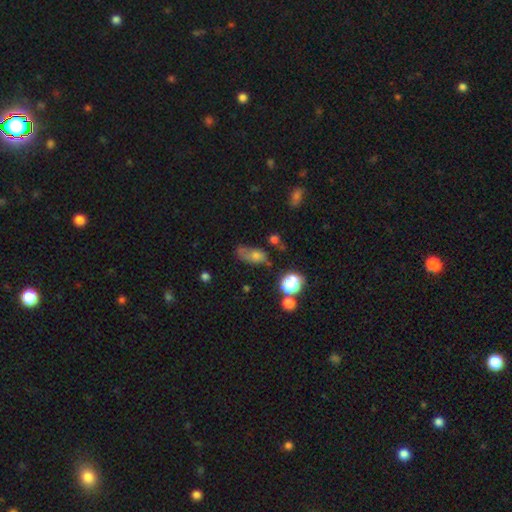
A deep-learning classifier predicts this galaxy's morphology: smooth 60%, featured or disk 24%, star or artifact 16%. Down the decision tree: how rounded — in between (76%); merging — none (38%).